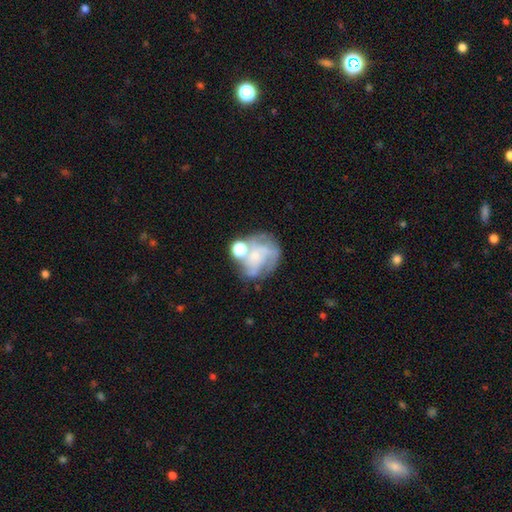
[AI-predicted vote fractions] Smooth or featured?
  - featured or disk: 60% *
  - smooth: 28%
  - star or artifact: 12%
Edge-on disk?
  - no: 98% *
  - yes: 2%
Bar?
  - no: 79% *
  - weak: 17%
  - strong: 4%
Spiral arms?
  - yes: 59% *
  - no: 41%
Bulge size?
  - small: 45% *
  - none: 27%
  - moderate: 22%
  - large: 4%
  - dominant: 2%
Merging?
  - none: 40% *
  - merger: 20%
  - major disturbance: 20%
  - minor disturbance: 19%